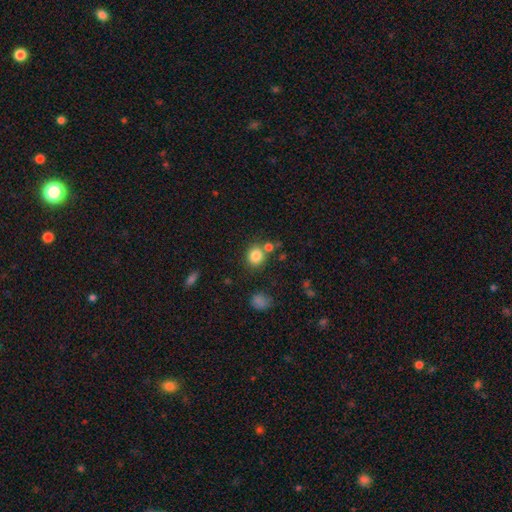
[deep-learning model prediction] This appears to be a smooth galaxy with no disk features (83%) that is round (78%). Merging: none (70%).